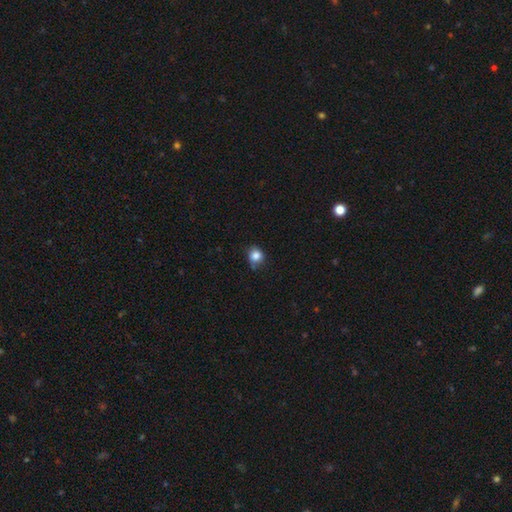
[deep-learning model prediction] Smooth or featured? Predicted: smooth (p=0.83). How rounded? Predicted: round (p=0.79). Merging? Predicted: none (p=0.71).